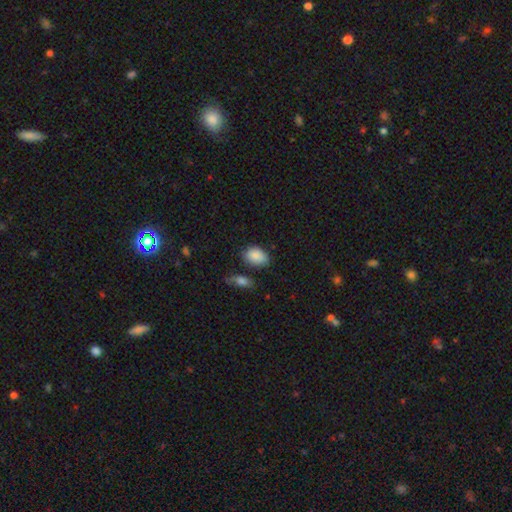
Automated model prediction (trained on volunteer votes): Smooth or featured? Predicted: smooth (p=0.87). How rounded? Predicted: in between (p=0.84). Merging? Predicted: none (p=0.69).